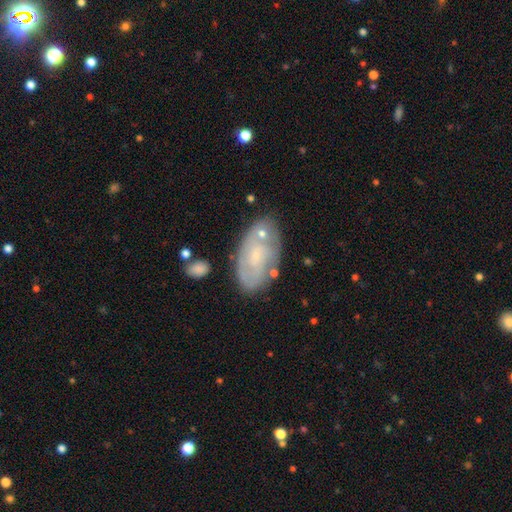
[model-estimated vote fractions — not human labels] smooth-or-featured: featured or disk: 58% | smooth: 34% | star or artifact: 8%
  disk-edge-on: no: 94% | yes: 6%
    bar: no: 72% | weak: 24% | strong: 4%
    has-spiral-arms: yes: 68% | no: 32%
    bulge-size: small: 64% | moderate: 20% | none: 12% | large: 2% | dominant: 1%
  merging: none: 68% | minor disturbance: 19% | merger: 8% | major disturbance: 6%